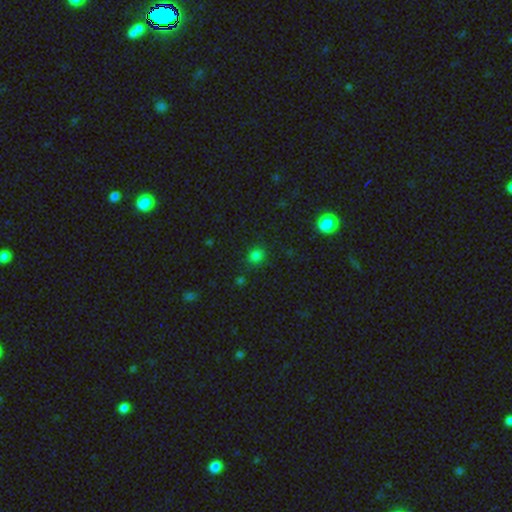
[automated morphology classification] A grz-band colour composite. It shows a smooth galaxy with no disk features (78%) that is round (78%). Merging: none (85%).